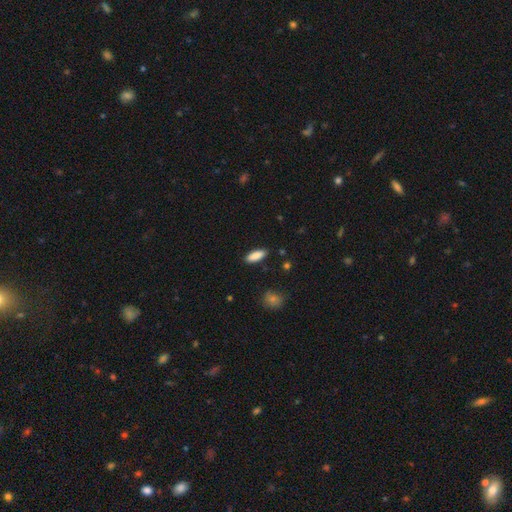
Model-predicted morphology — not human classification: A smooth galaxy with no disk features (86%) that is in between round and cigar-shaped (64%).

Vote fractions:
- Smooth or featured? smooth: 86% / featured or disk: 8% / star or artifact: 6%
- How rounded? in between: 64% / cigar-shaped: 34% / round: 2%
- Merging? none: 88% / minor disturbance: 9% / major disturbance: 2% / merger: 1%